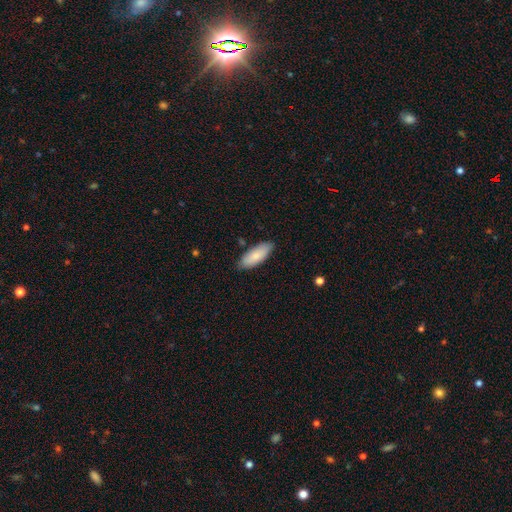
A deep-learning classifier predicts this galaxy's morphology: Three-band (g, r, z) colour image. It shows a smooth galaxy with no disk features (80%) that is in between round and cigar-shaped (76%). Merging: none (84%).